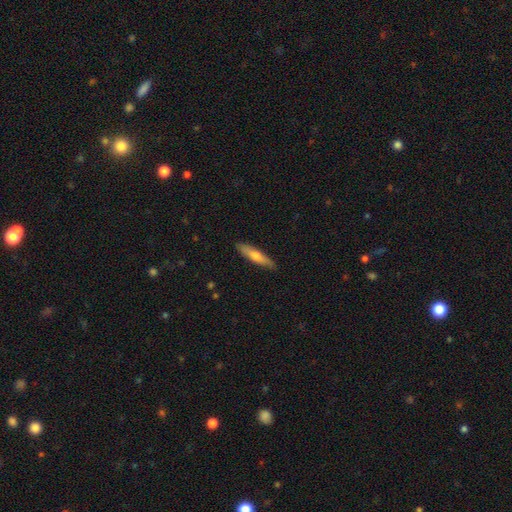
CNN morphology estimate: smooth 60%, featured or disk 35%, star or artifact 6%. Down the decision tree: how rounded — cigar-shaped (83%); merging — none (87%).